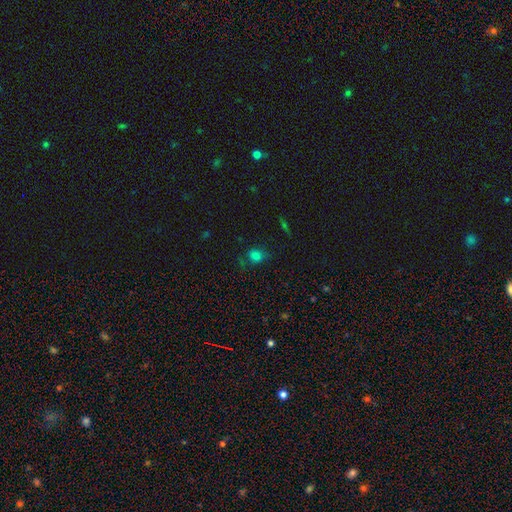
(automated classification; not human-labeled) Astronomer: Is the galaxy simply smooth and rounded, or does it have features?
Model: smooth — 72%.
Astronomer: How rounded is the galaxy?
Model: in between — 51% (runner-up: round, 47%).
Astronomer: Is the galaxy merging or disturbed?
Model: none — 64%.